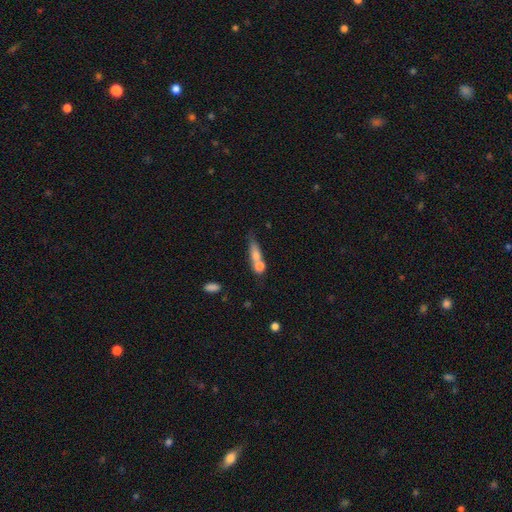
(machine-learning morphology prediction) The model was most divided on "how rounded": cigar-shaped: 44%, in between: 40%, round: 17%. Remaining: smooth or featured — smooth (69%); merging — merger (48%).